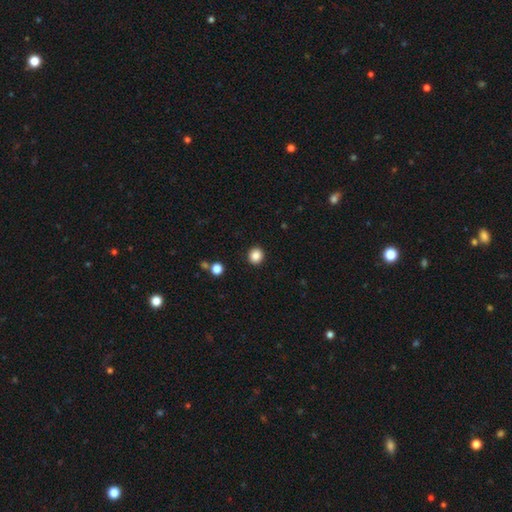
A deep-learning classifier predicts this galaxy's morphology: The model was most divided on "how rounded": round: 87%, in between: 12%, cigar-shaped: 1%. More confident: merging — none (92%); smooth or featured — smooth (86%).